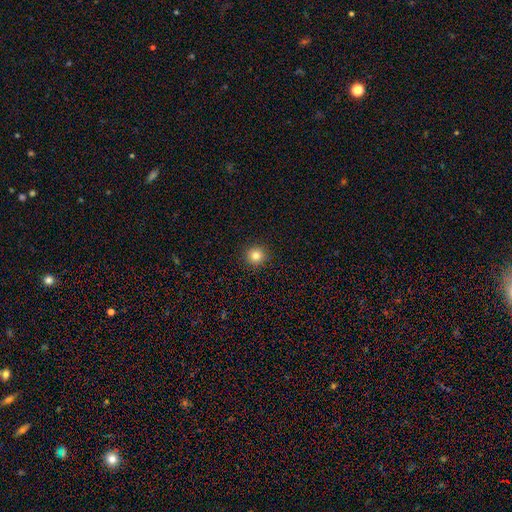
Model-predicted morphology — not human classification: smooth-or-featured: smooth: 82% | star or artifact: 12% | featured or disk: 6%
  how-rounded: round: 94% | in between: 5% | cigar-shaped: 1%
  merging: none: 93% | minor disturbance: 5% | major disturbance: 2% | merger: 1%